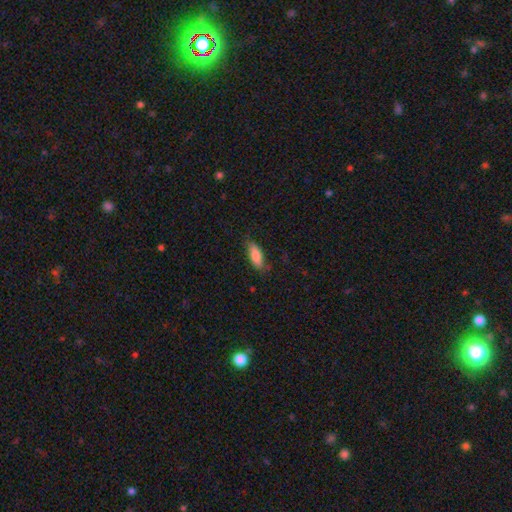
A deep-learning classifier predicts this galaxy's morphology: This is clearly a smooth galaxy (84%). How rounded: likely in between (71%). Merging: likely none (76%).